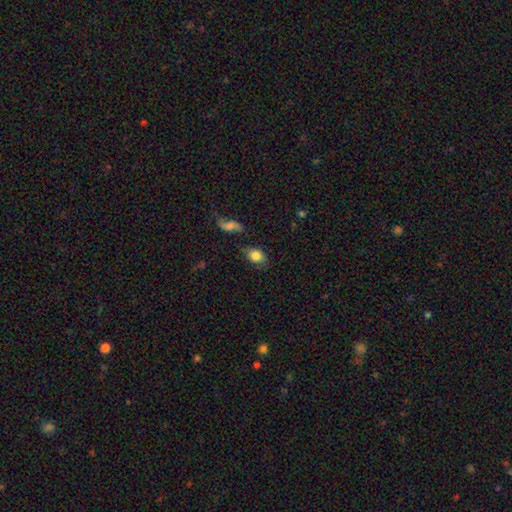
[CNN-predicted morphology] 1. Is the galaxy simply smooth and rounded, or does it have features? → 81% smooth, 11% featured or disk, 8% star or artifact.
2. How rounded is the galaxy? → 72% in between, 26% round, 2% cigar-shaped.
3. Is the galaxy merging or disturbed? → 68% none, 21% minor disturbance, 6% major disturbance, 6% merger.